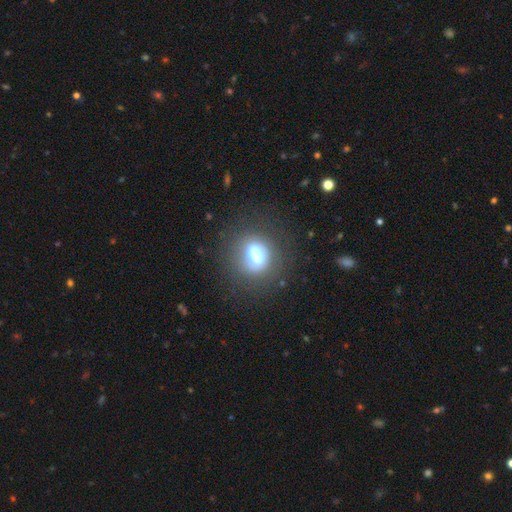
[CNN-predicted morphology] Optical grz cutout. It shows a smooth galaxy with no disk features (59%) that is round (56%). Merging: none (66%).